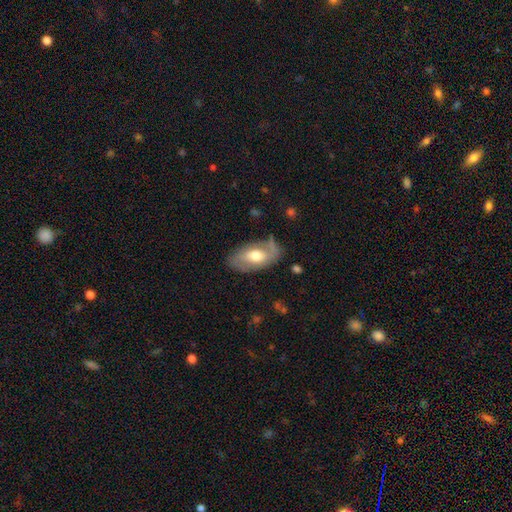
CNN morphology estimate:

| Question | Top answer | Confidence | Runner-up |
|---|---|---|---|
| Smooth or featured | smooth | 50% | featured or disk (44%) |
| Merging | none | 68% | minor disturbance (22%) |